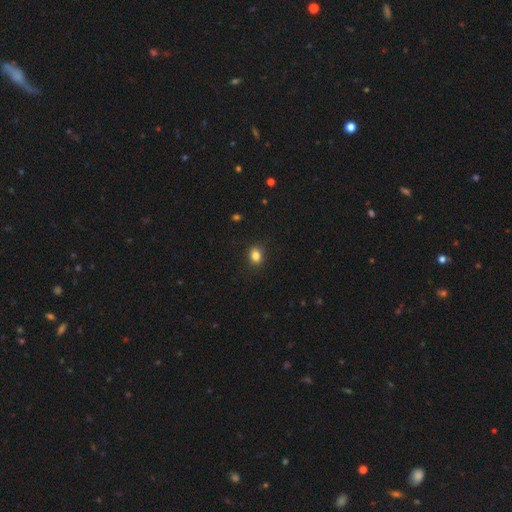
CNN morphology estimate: Overall: smooth (83%). How rounded: round (53%; in between 46%). Merging: none (86%).